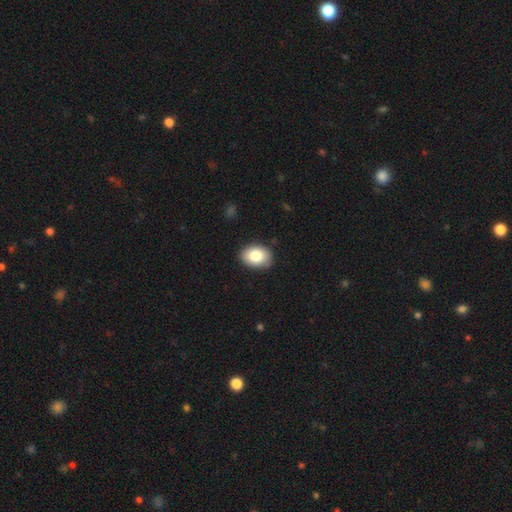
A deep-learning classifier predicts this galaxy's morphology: Overall: smooth (84%). How rounded: in between (76%). Merging: none (86%).